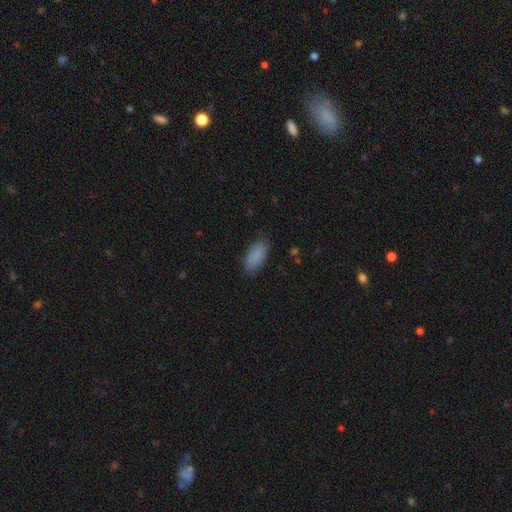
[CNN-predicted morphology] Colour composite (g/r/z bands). It shows a smooth galaxy with no disk features (89%) that is in between round and cigar-shaped (90%). Merging: none (85%).